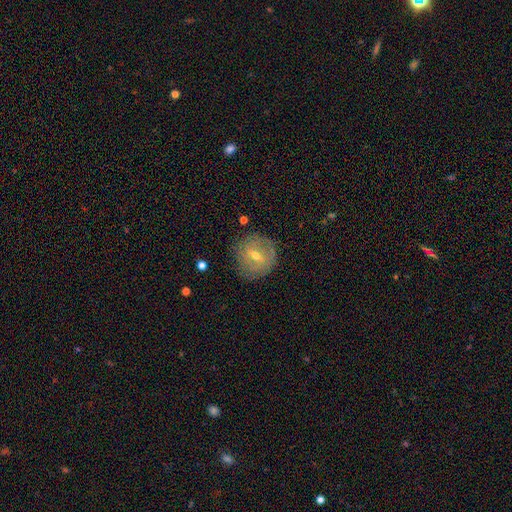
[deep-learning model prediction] Smooth or featured? featured or disk (55%)
Edge-on disk? no (93%)
Bar? weak (52%)
Spiral arms? no (51%)
Bulge size? small (49%)
Merging? none (82%)